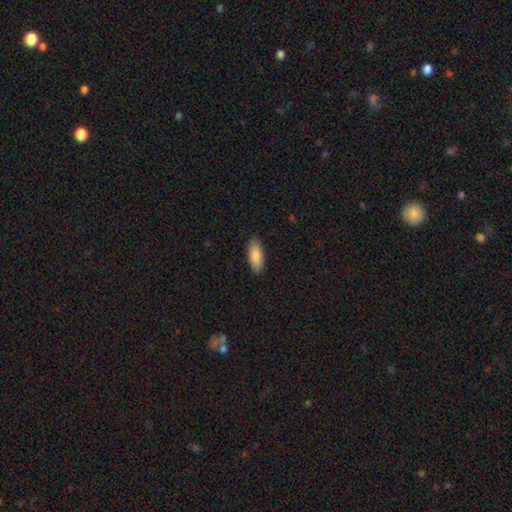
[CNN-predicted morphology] Q: Smooth or featured?
A: smooth (87%); runner-up: featured or disk (7%)
Q: How rounded?
A: in between (80%); runner-up: cigar-shaped (19%)
Q: Merging?
A: none (87%); runner-up: minor disturbance (10%)